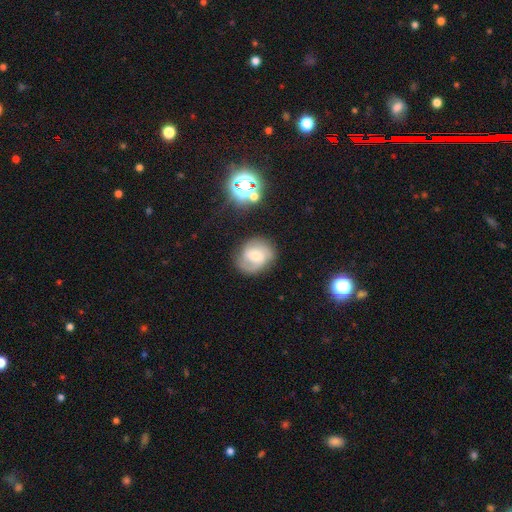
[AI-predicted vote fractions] A featured or disk galaxy (65%) with no bar (48%), 2 (55%) medium (45%) spiral arms (91%) and a moderate central bulge (55%).

Vote fractions:
- Smooth or featured? featured or disk: 65% / smooth: 25% / star or artifact: 9%
- Edge-on disk? no: 97% / yes: 3%
- Bar? no: 48% / weak: 41% / strong: 11%
- Spiral arms? yes: 91% / no: 9%
- Spiral winding? medium: 45% / tight: 37% / loose: 19%
- Spiral arm count? 2: 55% / can't tell: 18% / 3: 16% / 1: 6% / 4: 3% / more than 4: 2%
- Bulge size? moderate: 55% / small: 38% / large: 4% / none: 2% / dominant: 1%
- Merging? none: 74% / minor disturbance: 17% / major disturbance: 7% / merger: 3%